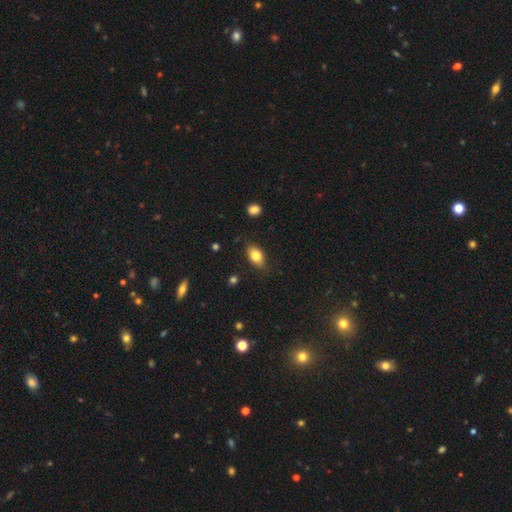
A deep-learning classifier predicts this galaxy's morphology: A smooth galaxy with no disk features (81%) that is in between round and cigar-shaped (86%).

Vote fractions:
- Smooth or featured? smooth: 81% / featured or disk: 11% / star or artifact: 8%
- How rounded? in between: 86% / round: 11% / cigar-shaped: 3%
- Merging? none: 80% / minor disturbance: 15% / major disturbance: 3% / merger: 1%